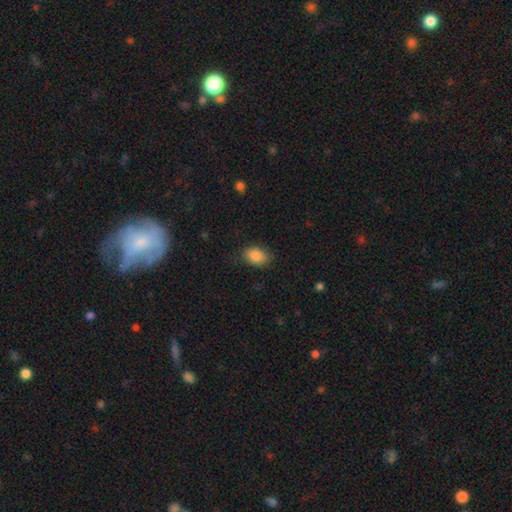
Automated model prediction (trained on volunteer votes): smooth-or-featured: smooth: 87% | star or artifact: 8% | featured or disk: 5%
  how-rounded: in between: 81% | round: 17% | cigar-shaped: 1%
  merging: none: 79% | minor disturbance: 16% | major disturbance: 4% | merger: 1%